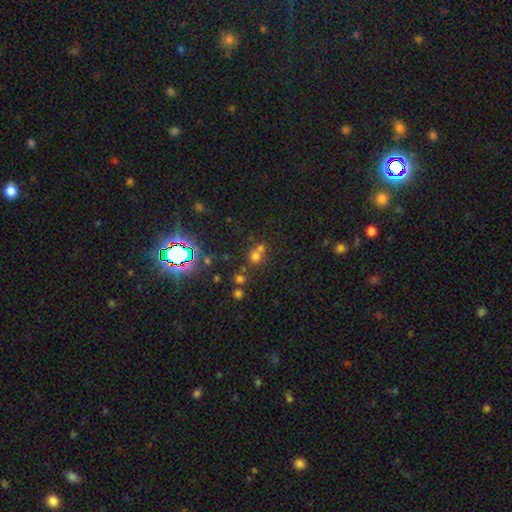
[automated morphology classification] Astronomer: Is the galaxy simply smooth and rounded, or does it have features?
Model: smooth — 52% (runner-up: star or artifact, 36%).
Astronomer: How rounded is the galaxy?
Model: round — 84%.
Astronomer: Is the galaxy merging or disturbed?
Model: none — 48% (runner-up: merger, 40%).